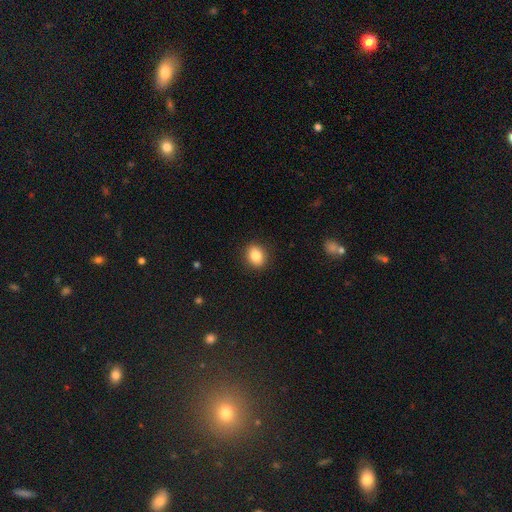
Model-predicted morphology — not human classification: Smooth or featured?
  - smooth: 84% *
  - star or artifact: 9%
  - featured or disk: 7%
How rounded?
  - round: 55% *
  - in between: 43%
  - cigar-shaped: 1%
Merging?
  - none: 90% *
  - minor disturbance: 7%
  - major disturbance: 2%
  - merger: 1%